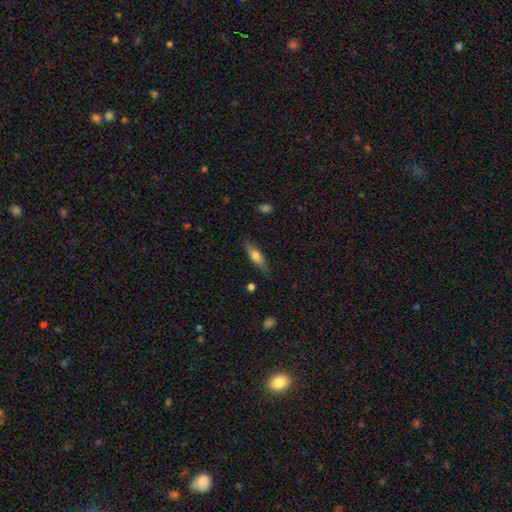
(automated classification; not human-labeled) Smooth or featured: smooth — 59% (featured or disk — 34%)
How rounded: cigar-shaped — 60% (in between — 37%)
Merging: none — 82% (minor disturbance — 14%)